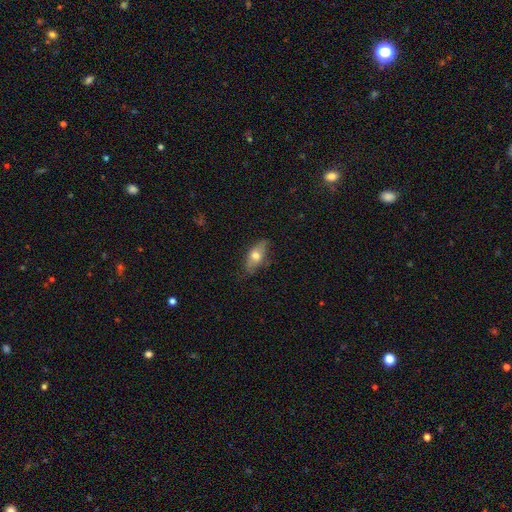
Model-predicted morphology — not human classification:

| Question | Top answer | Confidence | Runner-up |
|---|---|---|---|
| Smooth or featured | smooth | 61% | featured or disk (32%) |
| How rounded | in between | 78% | cigar-shaped (17%) |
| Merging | none | 76% | minor disturbance (19%) |